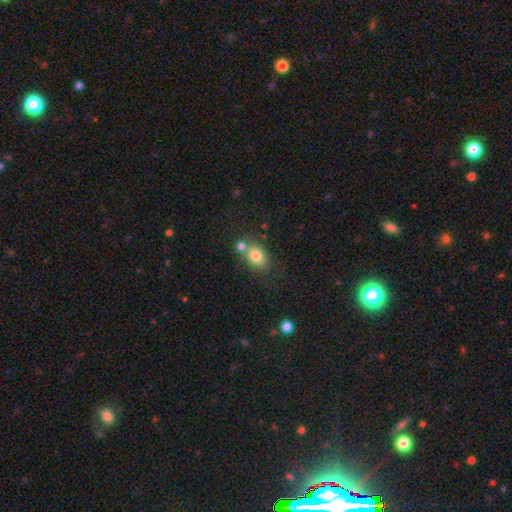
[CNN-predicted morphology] smooth-or-featured: smooth: 79% | featured or disk: 10% | star or artifact: 10%
  how-rounded: in between: 66% | round: 32% | cigar-shaped: 1%
  merging: none: 52% | merger: 31% | minor disturbance: 12% | major disturbance: 4%